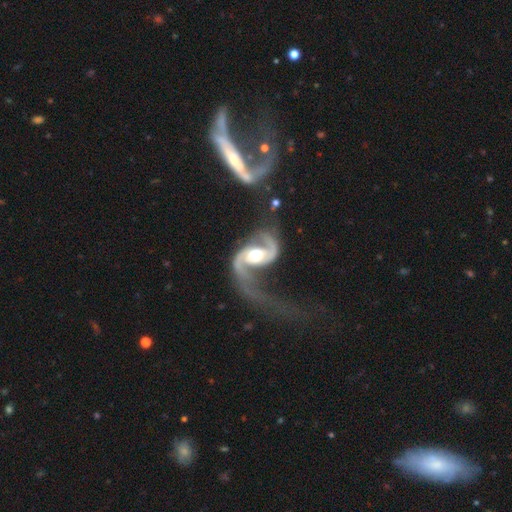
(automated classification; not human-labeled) Smooth or featured: featured or disk — 92% (smooth — 4%)
Edge-on disk: no — 98% (yes — 2%)
Bar: no — 44% (weak — 36%)
Spiral arms: yes — 97% (no — 3%)
Spiral winding: loose — 45% (medium — 42%)
Spiral arm count: 2 — 91% (1 — 4%)
Bulge size: moderate — 60% (large — 32%)
Merging: major disturbance — 38% (tied with none — 38%)